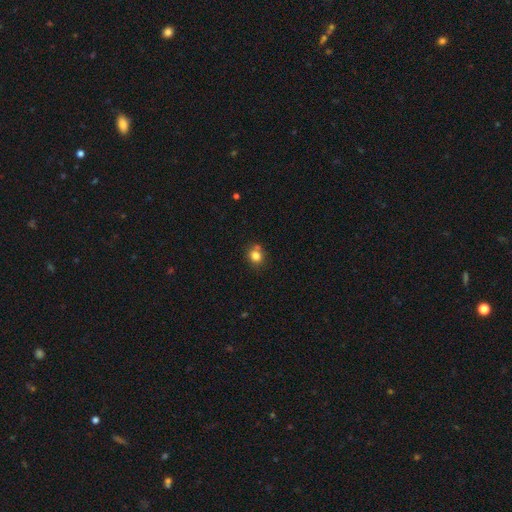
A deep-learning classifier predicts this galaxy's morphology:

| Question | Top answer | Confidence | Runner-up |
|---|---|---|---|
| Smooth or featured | smooth | 80% | star or artifact (12%) |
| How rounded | round | 77% | in between (23%) |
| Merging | none | 66% | merger (16%) |